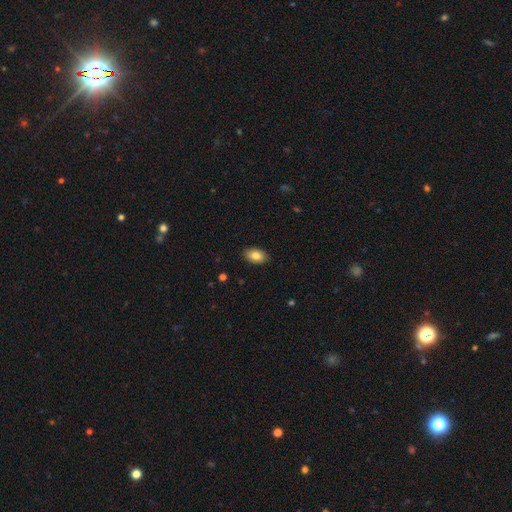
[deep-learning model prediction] The model was most divided on "smooth or featured": smooth: 84%, featured or disk: 9%, star or artifact: 7%. More confident: how rounded — in between (90%); merging — none (89%).